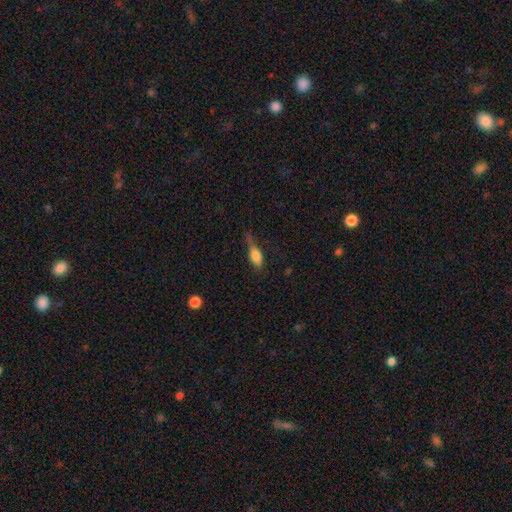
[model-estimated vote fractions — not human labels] Smooth or featured? smooth (76%)
How rounded? in between (72%)
Merging? none (41%)